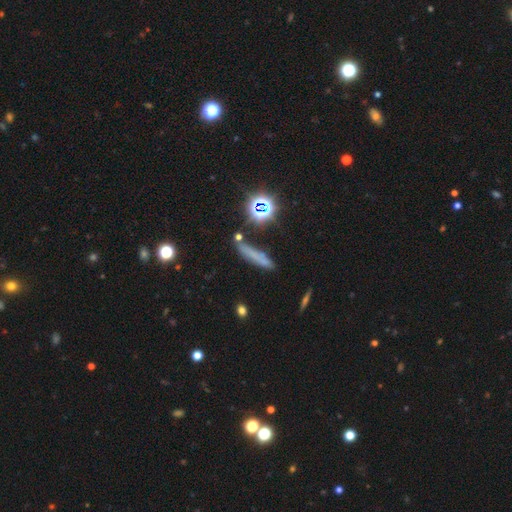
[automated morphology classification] Smooth or featured? smooth (58%)
How rounded? cigar-shaped (86%)
Merging? none (73%)